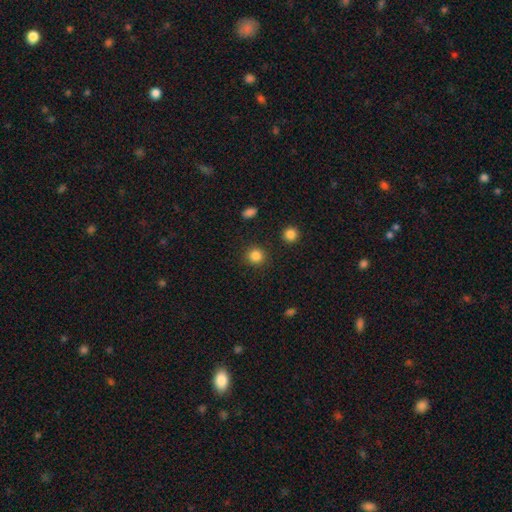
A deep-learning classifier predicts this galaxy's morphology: smooth_or_featured: smooth (p=0.85) [alt: star or artifact p=0.12]
how_rounded: round (p=0.91) [alt: in between p=0.08]
merging: none (p=0.90) [alt: minor disturbance p=0.06]